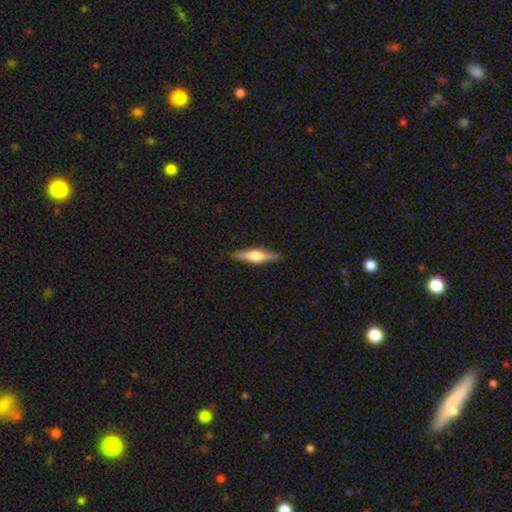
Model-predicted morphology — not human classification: type=smooth (49%); merging=none (85%).